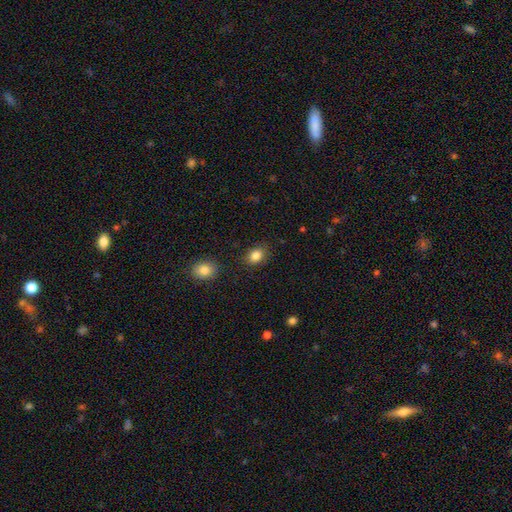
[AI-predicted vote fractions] The model was most divided on "how rounded": in between: 60%, round: 39%, cigar-shaped: 1%. More confident: smooth or featured — smooth (85%); merging — none (82%).